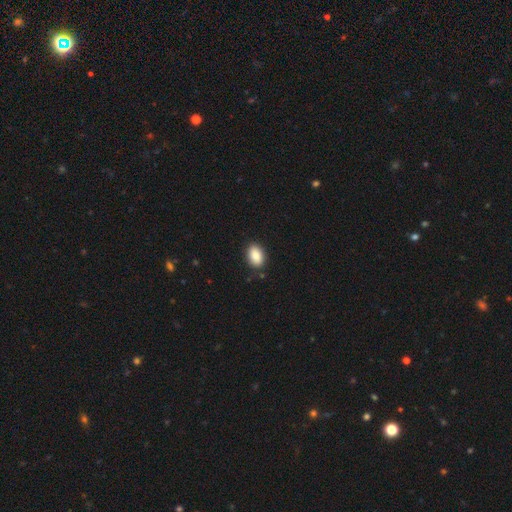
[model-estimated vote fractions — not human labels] The model was most divided on "how rounded": in between: 87%, round: 12%, cigar-shaped: 1%. More confident: smooth or featured — smooth (88%); merging — none (86%).